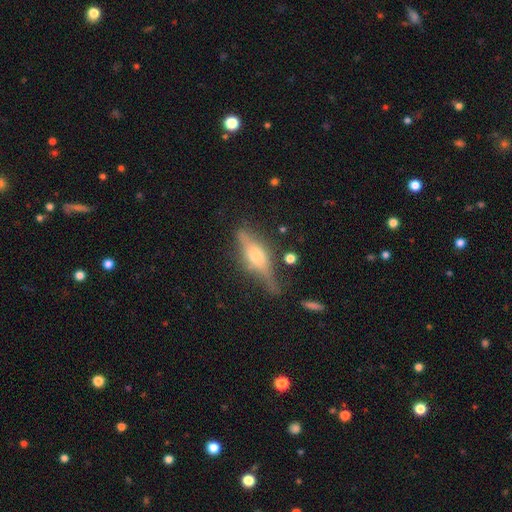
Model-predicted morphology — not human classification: type=featured or disk (70%); edge-on=yes (92%); edge-on bulge=rounded (88%); merging=none (68%).